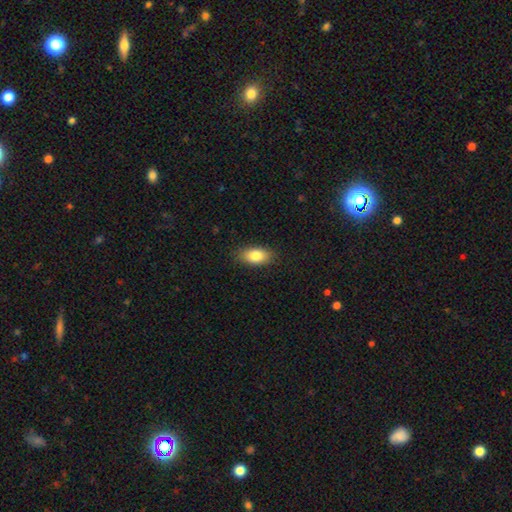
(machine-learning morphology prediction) A smooth galaxy with no disk features (83%) that is in between round and cigar-shaped (89%).

Vote fractions:
- Smooth or featured? smooth: 83% / featured or disk: 10% / star or artifact: 7%
- How rounded? in between: 89% / round: 6% / cigar-shaped: 5%
- Merging? none: 86% / minor disturbance: 11% / major disturbance: 2% / merger: 1%